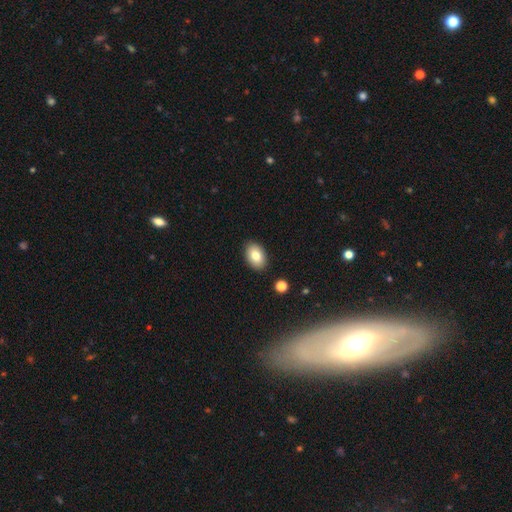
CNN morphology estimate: Q: Smooth or featured?
A: smooth (82%); runner-up: featured or disk (10%)
Q: How rounded?
A: in between (87%); runner-up: round (12%)
Q: Merging?
A: none (89%); runner-up: minor disturbance (8%)